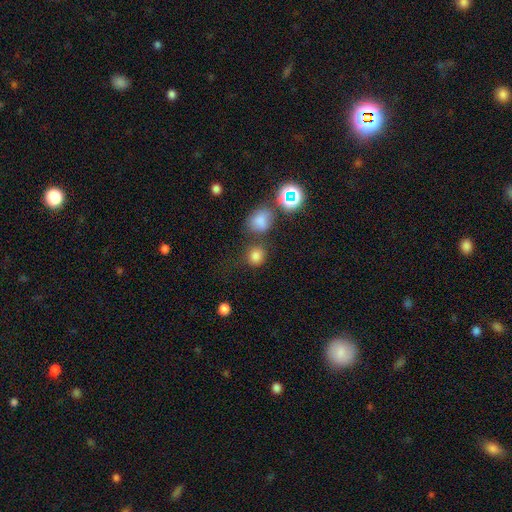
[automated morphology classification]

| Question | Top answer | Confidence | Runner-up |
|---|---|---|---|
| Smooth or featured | smooth | 78% | star or artifact (17%) |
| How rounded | round | 79% | in between (20%) |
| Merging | none | 70% | merger (13%) |